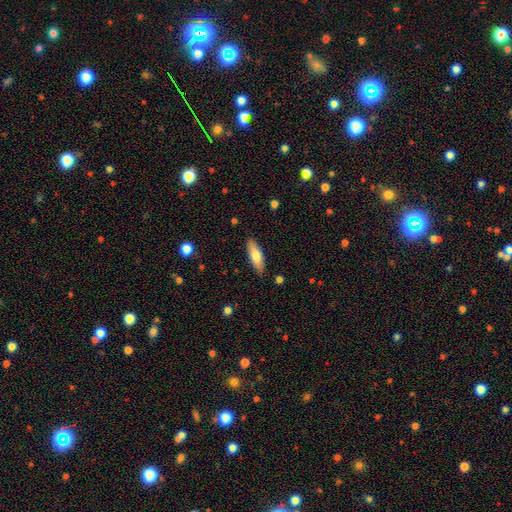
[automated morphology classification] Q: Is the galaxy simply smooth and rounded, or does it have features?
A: smooth — 73%.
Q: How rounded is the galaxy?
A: in between — 53%.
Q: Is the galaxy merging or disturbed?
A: none — 87%.